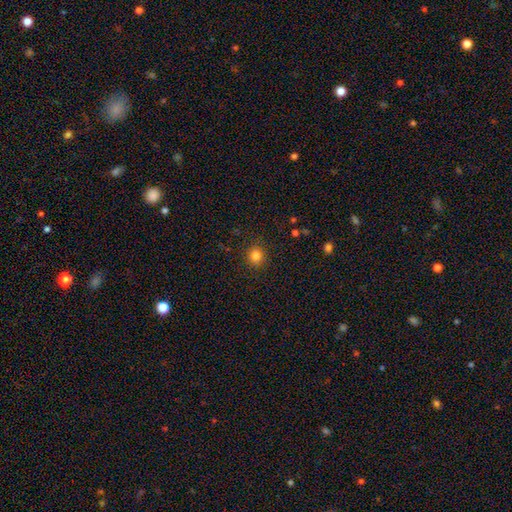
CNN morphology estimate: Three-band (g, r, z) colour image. It shows a smooth galaxy with no disk features (83%) that is round (88%). Merging: none (89%).